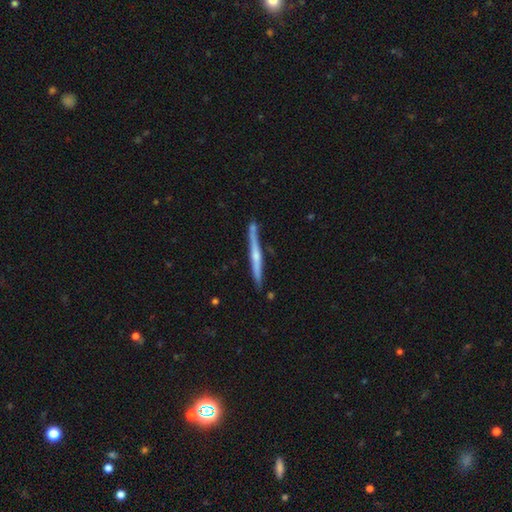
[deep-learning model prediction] This is likely a featured or disk galaxy (68%). It is clearly viewed edge-on (98%). Edge-on bulge: possibly rounded (59%). Merging: clearly none (82%).